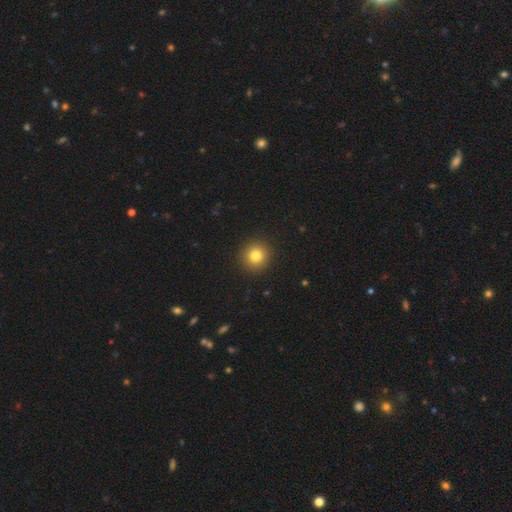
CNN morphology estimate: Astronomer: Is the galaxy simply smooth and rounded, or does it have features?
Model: smooth — 82%.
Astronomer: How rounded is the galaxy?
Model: round — 94%.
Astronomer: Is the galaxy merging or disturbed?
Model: none — 92%.